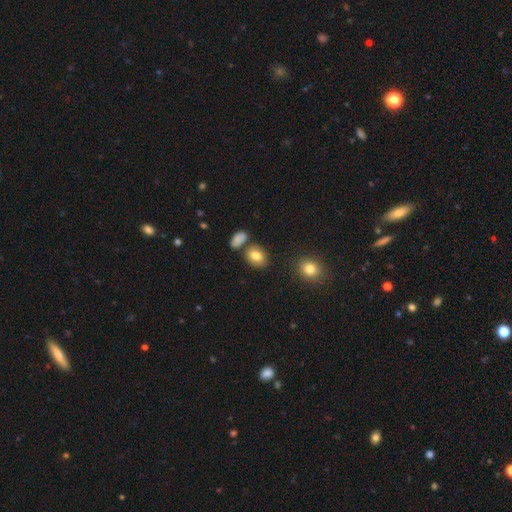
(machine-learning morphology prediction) Smooth or featured: smooth — 80% (star or artifact — 10%)
How rounded: in between — 57% (round — 41%)
Merging: none — 75% (minor disturbance — 12%)